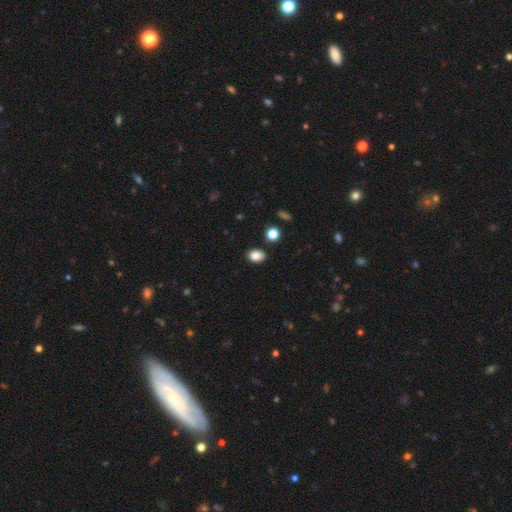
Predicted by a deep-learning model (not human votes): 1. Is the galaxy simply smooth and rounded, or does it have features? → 87% smooth, 10% star or artifact, 4% featured or disk.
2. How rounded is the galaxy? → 69% in between, 30% round, 1% cigar-shaped.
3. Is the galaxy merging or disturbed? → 86% none, 9% minor disturbance, 3% merger, 2% major disturbance.